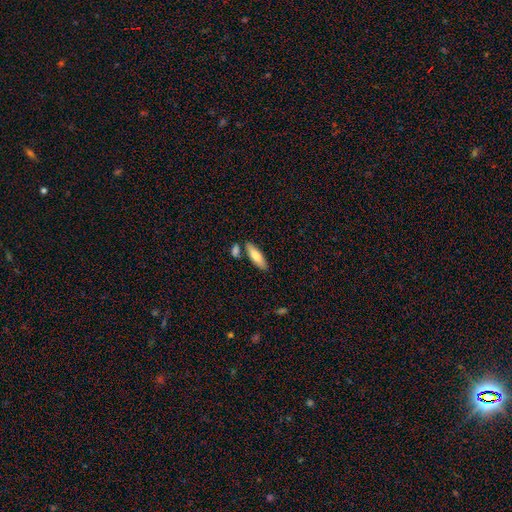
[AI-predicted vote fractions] smooth-or-featured: smooth: 75% | featured or disk: 20% | star or artifact: 6%
  how-rounded: cigar-shaped: 54% | in between: 44% | round: 2%
  merging: none: 76% | minor disturbance: 11% | merger: 10% | major disturbance: 2%